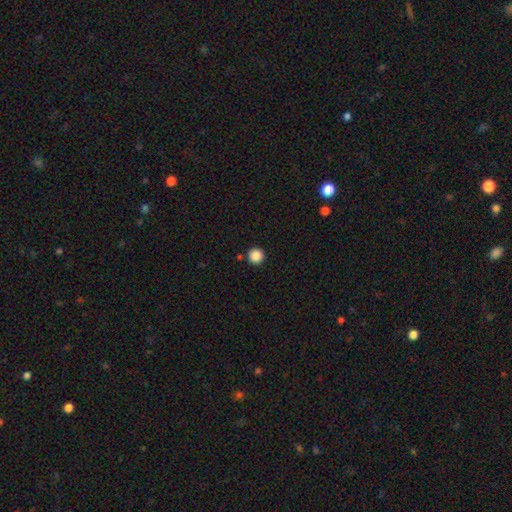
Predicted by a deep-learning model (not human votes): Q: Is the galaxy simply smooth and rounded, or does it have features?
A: smooth — 87%.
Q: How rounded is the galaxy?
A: round — 97%.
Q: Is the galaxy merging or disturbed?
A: none — 91%.